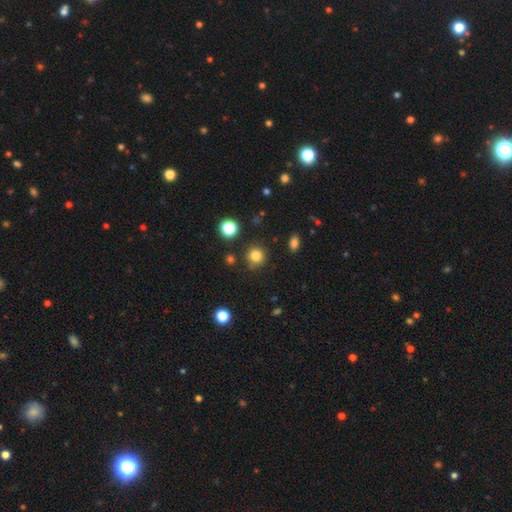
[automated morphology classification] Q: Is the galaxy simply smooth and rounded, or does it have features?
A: smooth — 82%.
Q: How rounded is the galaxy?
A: round — 90%.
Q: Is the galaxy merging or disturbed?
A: none — 84%.